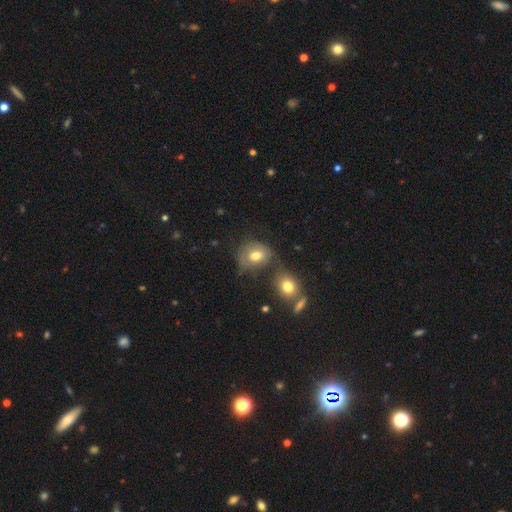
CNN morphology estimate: smooth 71%, featured or disk 19%, star or artifact 10%. Down the decision tree: how rounded — round (50%); merging — none (46%).